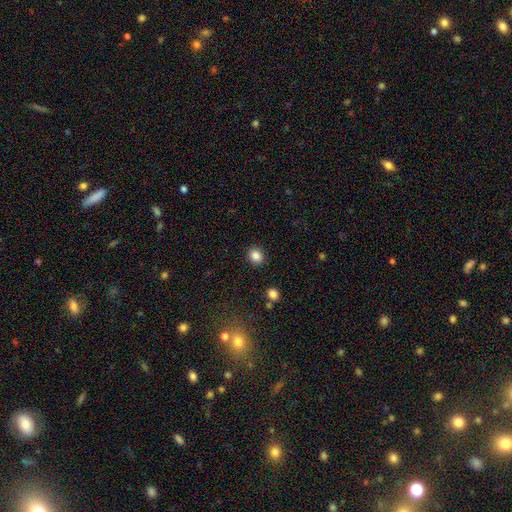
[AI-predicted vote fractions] This is clearly a smooth galaxy (86%). How rounded: likely round (70%). Merging: clearly none (89%).